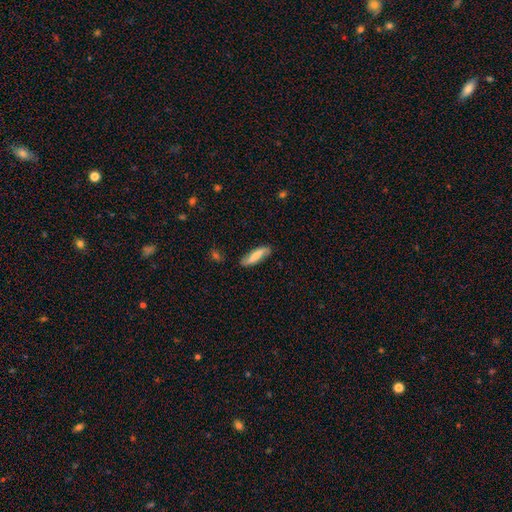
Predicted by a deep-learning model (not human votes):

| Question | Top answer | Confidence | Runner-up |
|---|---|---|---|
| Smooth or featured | smooth | 63% | featured or disk (31%) |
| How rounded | cigar-shaped | 62% | in between (36%) |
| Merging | none | 78% | minor disturbance (17%) |